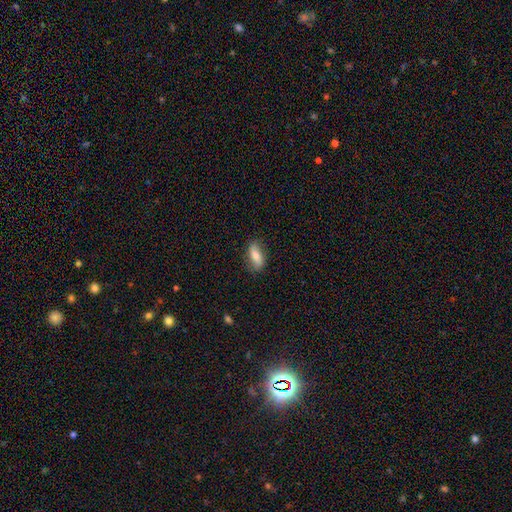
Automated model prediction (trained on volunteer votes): Morphology: type=smooth (70%); roundness=in between (74%); merging=none (77%).